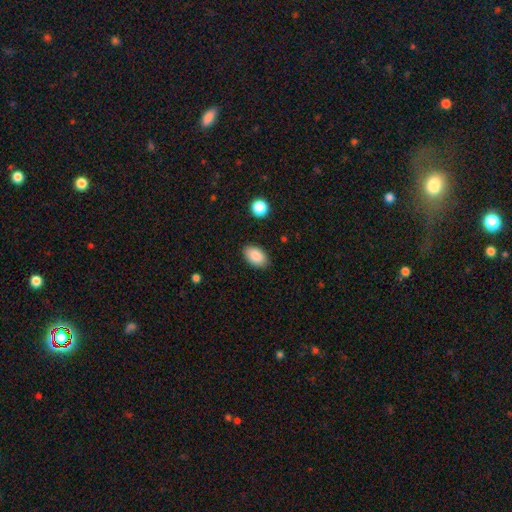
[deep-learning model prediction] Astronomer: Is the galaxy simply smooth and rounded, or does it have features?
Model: smooth — 88%.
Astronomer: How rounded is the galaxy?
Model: in between — 92%.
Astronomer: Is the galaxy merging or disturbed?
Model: none — 87%.